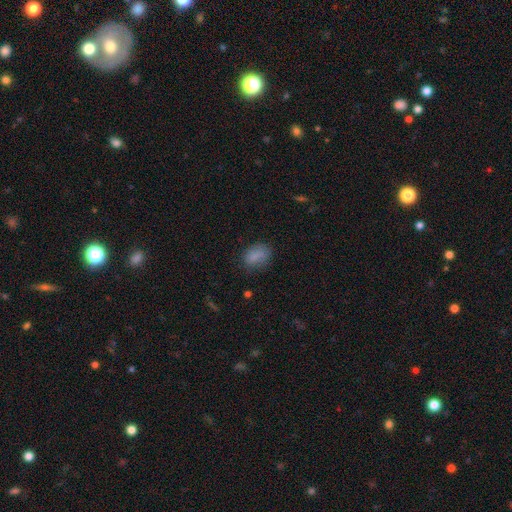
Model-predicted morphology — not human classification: The model was most divided on "merging": none: 67%, minor disturbance: 23%, major disturbance: 8%, merger: 2%. More confident: how rounded — in between (83%); smooth or featured — smooth (82%).